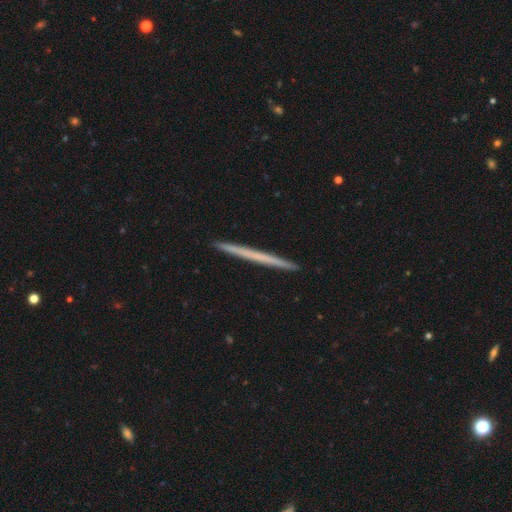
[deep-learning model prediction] The model was most divided on "smooth or featured": featured or disk: 51%, smooth: 43%, star or artifact: 6%. More confident: edge-on disk — yes (98%); merging — none (92%).